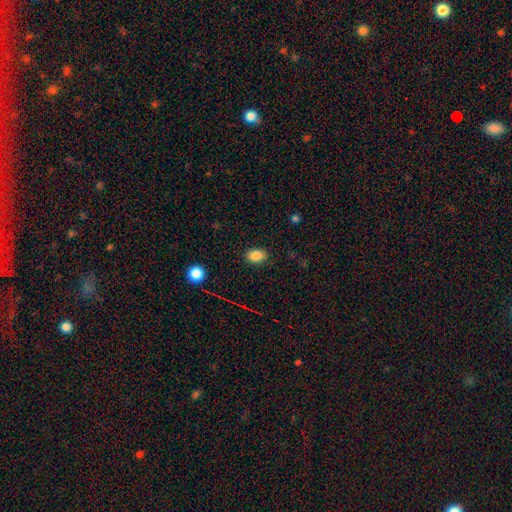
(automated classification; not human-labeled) A smooth galaxy with no disk features (85%) that is in between round and cigar-shaped (73%).

Vote fractions:
- Smooth or featured? smooth: 85% / star or artifact: 11% / featured or disk: 5%
- How rounded? in between: 73% / round: 25% / cigar-shaped: 1%
- Merging? none: 87% / minor disturbance: 10% / major disturbance: 3% / merger: 1%